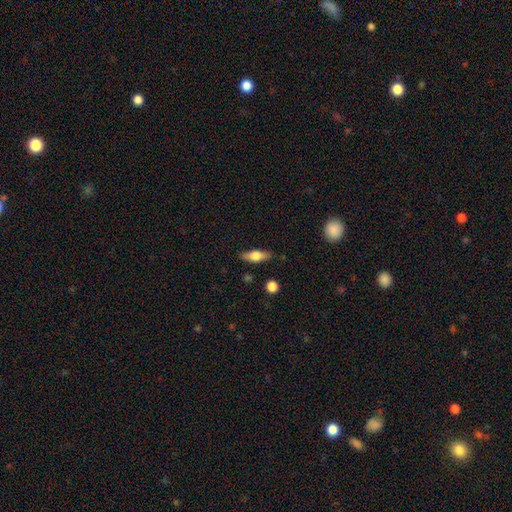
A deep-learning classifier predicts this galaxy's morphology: smooth_or_featured: smooth (p=0.58) [alt: featured or disk p=0.35]
how_rounded: in between (p=0.58) [alt: cigar-shaped p=0.38]
merging: none (p=0.83) [alt: minor disturbance p=0.12]